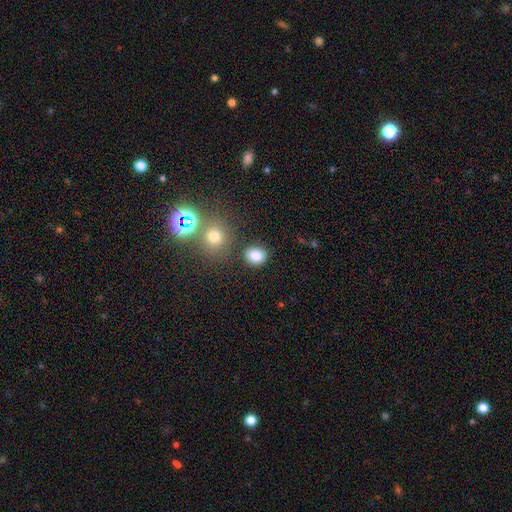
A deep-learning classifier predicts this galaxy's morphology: A smooth galaxy with no disk features (83%) that is round (56%). Merging: none (78%).